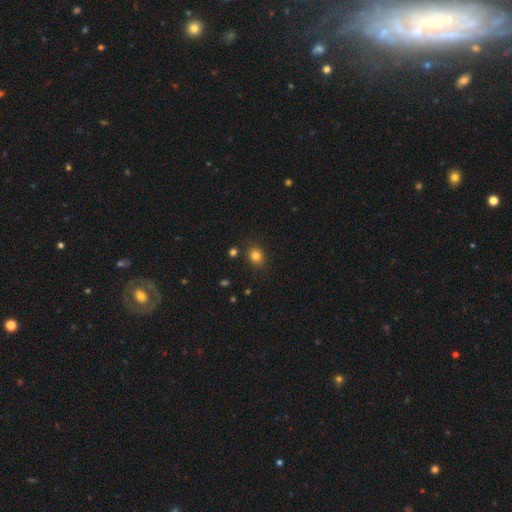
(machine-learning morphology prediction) smooth 81%, star or artifact 13%, featured or disk 6%. Down the decision tree: how rounded — round (66%); merging — none (86%).